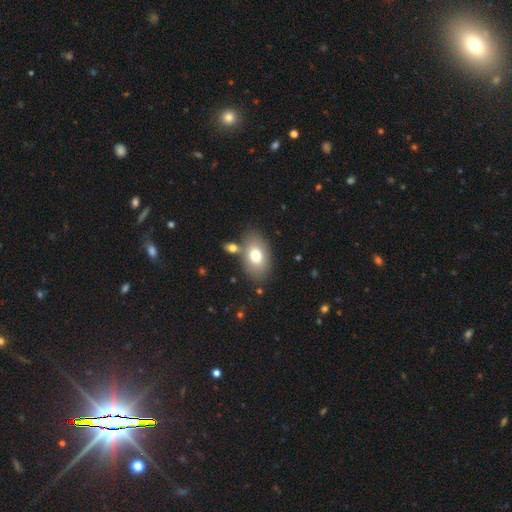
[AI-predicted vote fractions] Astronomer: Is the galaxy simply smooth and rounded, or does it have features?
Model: smooth — 74%.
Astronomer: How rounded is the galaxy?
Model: in between — 87%.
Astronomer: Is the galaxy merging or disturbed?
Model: none — 74%.